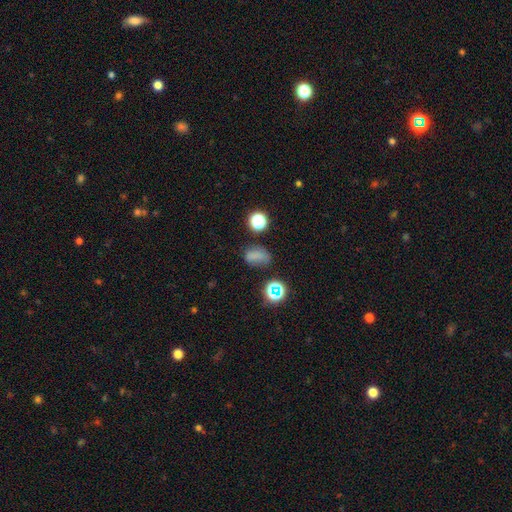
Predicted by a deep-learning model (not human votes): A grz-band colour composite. It shows a smooth galaxy with no disk features (69%) that is in between round and cigar-shaped (75%). Merging: none (62%).